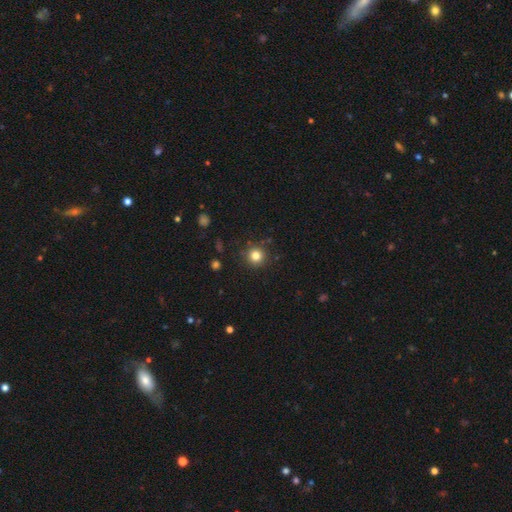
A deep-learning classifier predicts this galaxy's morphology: Smooth or featured?
  - smooth: 81% *
  - star or artifact: 13%
  - featured or disk: 6%
How rounded?
  - round: 94% *
  - in between: 5%
  - cigar-shaped: 1%
Merging?
  - none: 89% *
  - minor disturbance: 7%
  - major disturbance: 2%
  - merger: 2%